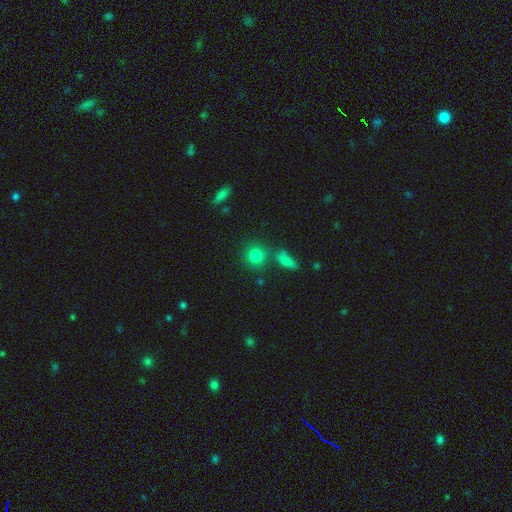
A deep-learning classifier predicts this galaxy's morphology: A smooth galaxy with no disk features (80%) that is round (84%). Merging: none (72%).